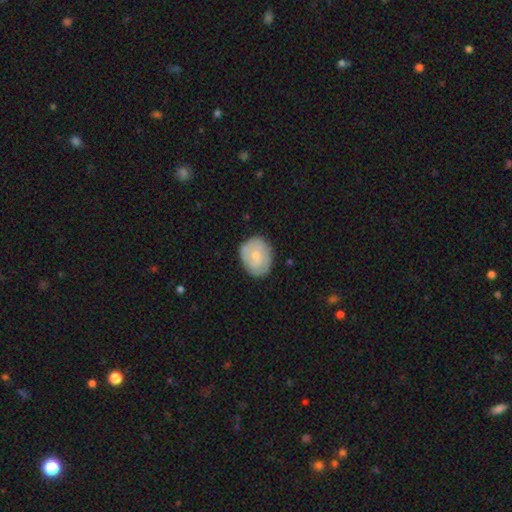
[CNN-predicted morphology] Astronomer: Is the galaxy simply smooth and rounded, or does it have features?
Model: featured or disk — 52% (runner-up: smooth, 42%).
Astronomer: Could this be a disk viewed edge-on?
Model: no — 97%.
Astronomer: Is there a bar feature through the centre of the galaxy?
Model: no — 72%.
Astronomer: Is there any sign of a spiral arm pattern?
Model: yes — 79%.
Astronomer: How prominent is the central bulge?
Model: small — 54% (runner-up: moderate, 34%).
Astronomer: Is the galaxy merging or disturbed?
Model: none — 77%.